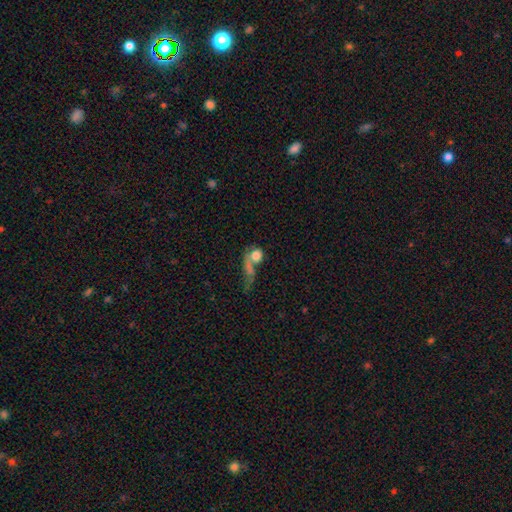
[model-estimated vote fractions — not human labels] smooth_or_featured: smooth (p=0.68) [alt: featured or disk p=0.19]
how_rounded: round (p=0.64) [alt: in between p=0.30]
merging: merger (p=0.37) [alt: none p=0.26]